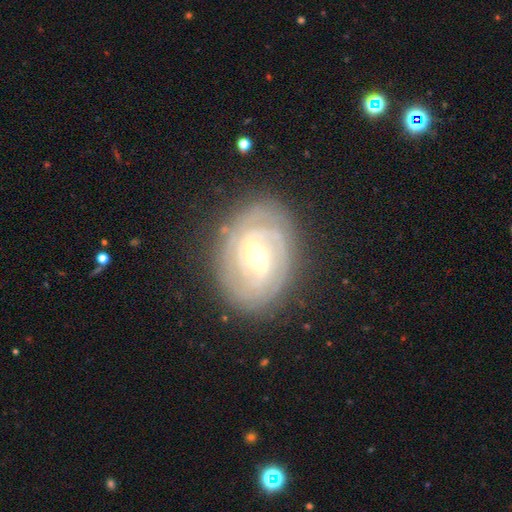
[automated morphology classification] Smooth or featured?
  - featured or disk: 84% *
  - smooth: 10%
  - star or artifact: 6%
Edge-on disk?
  - no: 96% *
  - yes: 4%
Bar?
  - weak: 45% *
  - strong: 43%
  - no: 12%
Spiral arms?
  - yes: 93% *
  - no: 7%
Spiral winding?
  - tight: 71% *
  - medium: 24%
  - loose: 6%
Spiral arm count?
  - 2: 35% *
  - can't tell: 29%
  - 3: 19%
  - 4: 8%
  - more than 4: 5%
  - 1: 5%
Bulge size?
  - moderate: 66% *
  - small: 25%
  - large: 7%
  - none: 1%
  - dominant: 1%
Merging?
  - none: 81% *
  - minor disturbance: 14%
  - major disturbance: 4%
  - merger: 1%